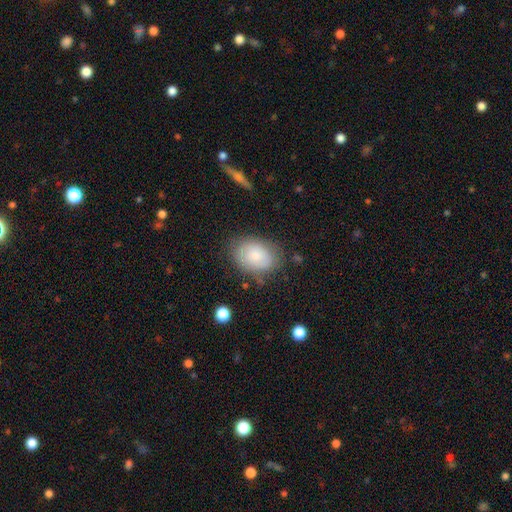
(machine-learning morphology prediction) smooth 70%, featured or disk 22%, star or artifact 8%. Down the decision tree: how rounded — in between (77%); merging — none (73%).